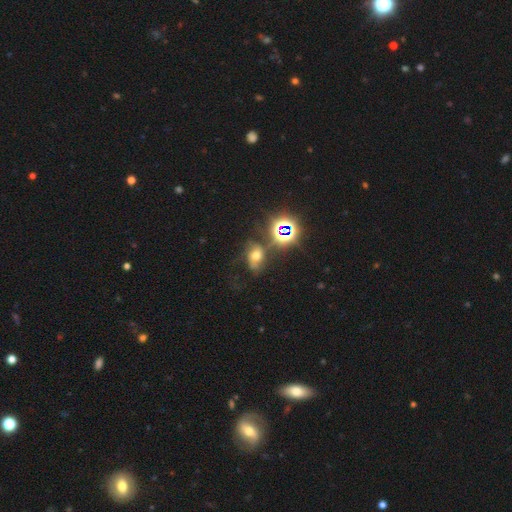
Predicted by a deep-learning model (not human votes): Smooth or featured? Predicted: smooth (p=0.41). Merging? Predicted: none (p=0.51).